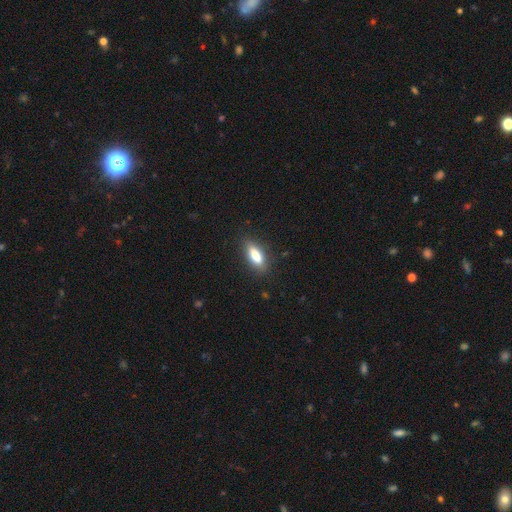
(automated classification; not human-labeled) Overall: smooth (78%). How rounded: in between (66%; cigar-shaped 31%). Merging: none (83%).